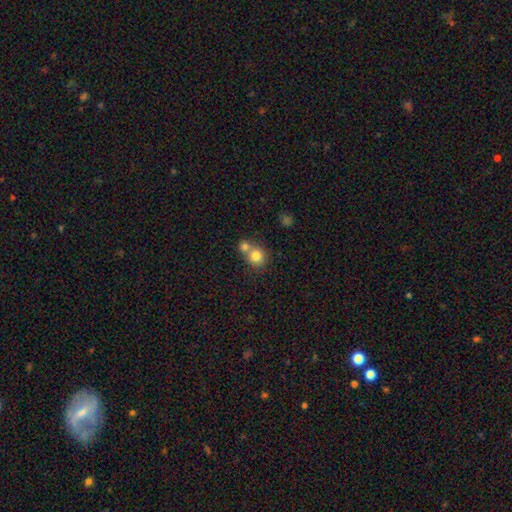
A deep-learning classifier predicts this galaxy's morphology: Smooth or featured?
  - smooth: 80% *
  - star or artifact: 10%
  - featured or disk: 10%
How rounded?
  - round: 86% *
  - in between: 13%
  - cigar-shaped: 1%
Merging?
  - merger: 49% *
  - none: 42%
  - minor disturbance: 6%
  - major disturbance: 2%